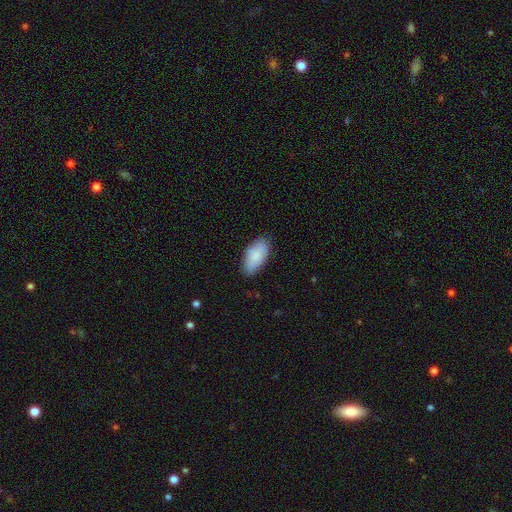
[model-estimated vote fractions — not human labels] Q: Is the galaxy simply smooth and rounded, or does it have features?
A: smooth — 85%.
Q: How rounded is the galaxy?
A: in between — 93%.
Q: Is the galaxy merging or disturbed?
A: none — 82%.